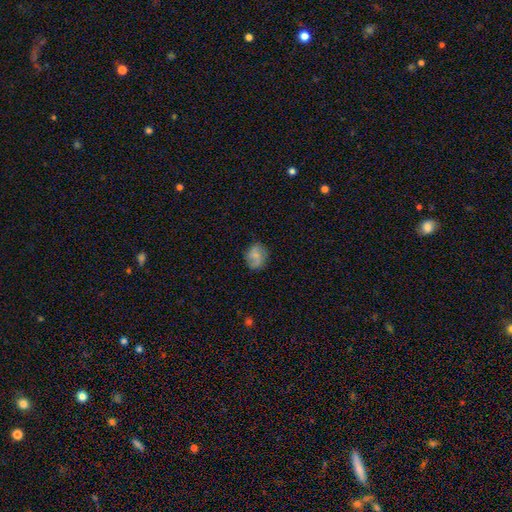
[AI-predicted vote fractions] Smooth or featured: smooth — 64% (featured or disk — 27%)
How rounded: round — 54% (in between — 45%)
Merging: none — 74% (minor disturbance — 19%)